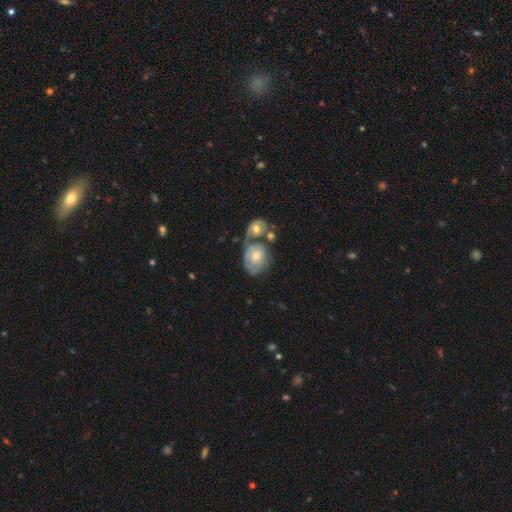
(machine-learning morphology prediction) type=featured or disk (56%); edge-on=no (95%); bar=no (81%); spiral arms=yes (60%); bulge=moderate (65%); merging=merger (42%).